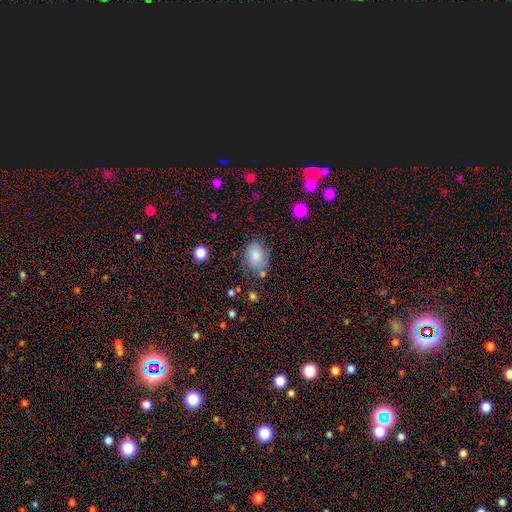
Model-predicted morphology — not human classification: Q: Smooth or featured?
A: smooth (81%); runner-up: featured or disk (10%)
Q: How rounded?
A: in between (71%); runner-up: round (28%)
Q: Merging?
A: none (65%); runner-up: minor disturbance (22%)